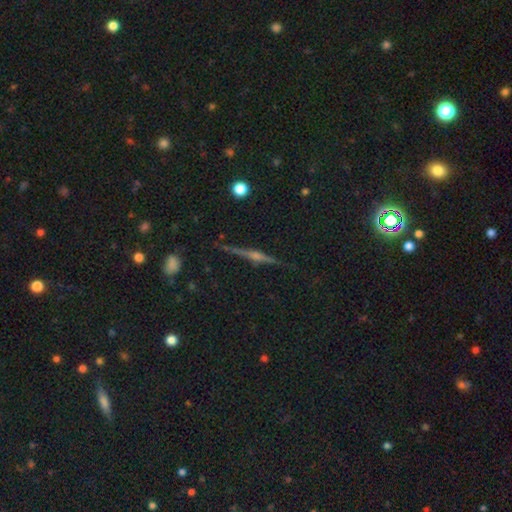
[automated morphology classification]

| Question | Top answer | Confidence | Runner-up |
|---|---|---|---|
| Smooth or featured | featured or disk | 75% | star or artifact (13%) |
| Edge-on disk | yes | 98% | no (2%) |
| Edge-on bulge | rounded | 84% | boxy (8%) |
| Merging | none | 89% | minor disturbance (8%) |